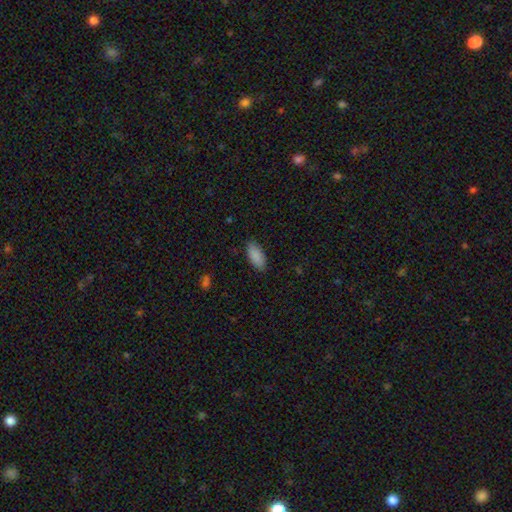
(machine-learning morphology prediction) smooth 89%, star or artifact 6%, featured or disk 4%. Down the decision tree: how rounded — in between (89%); merging — none (85%).